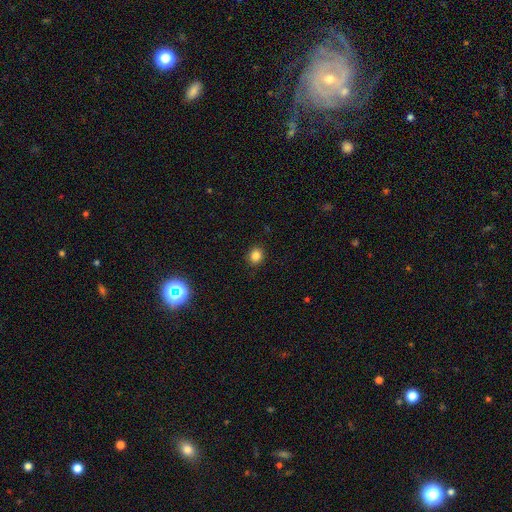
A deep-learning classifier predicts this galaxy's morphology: smooth-or-featured: smooth: 83% | star or artifact: 12% | featured or disk: 5%
  how-rounded: round: 78% | in between: 22% | cigar-shaped: 1%
  merging: none: 90% | minor disturbance: 7% | major disturbance: 2% | merger: 1%